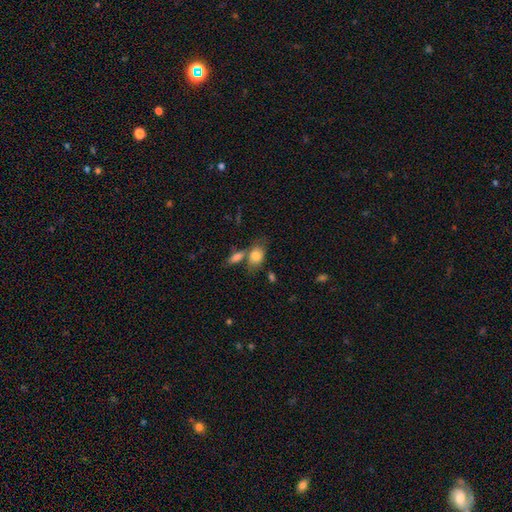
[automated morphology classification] Smooth or featured? Predicted: smooth (p=0.80). How rounded? Predicted: in between (p=0.81). Merging? Predicted: none (p=0.49).